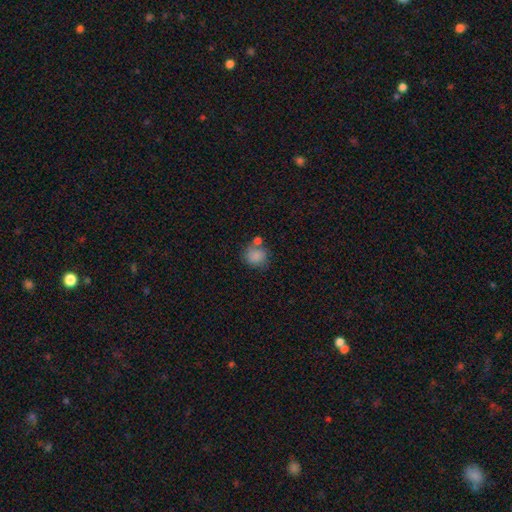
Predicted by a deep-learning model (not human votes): Smooth or featured? smooth (83%)
How rounded? round (77%)
Merging? none (52%)